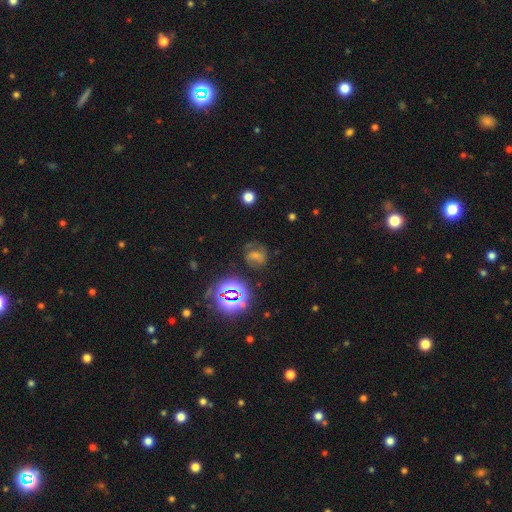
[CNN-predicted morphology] This appears to be a smooth galaxy with no disk features (35%). Merging: none (65%).